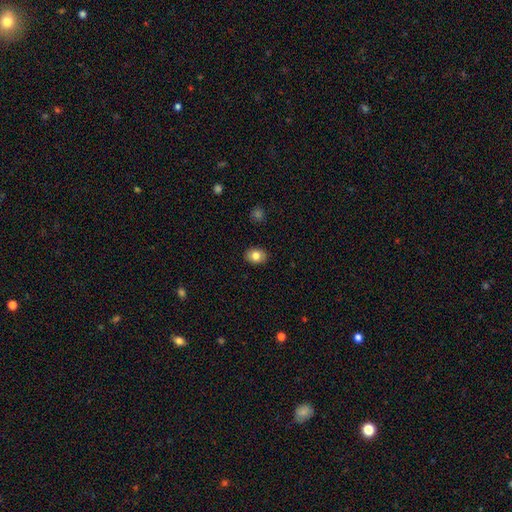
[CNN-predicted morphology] Smooth or featured? smooth (81%)
How rounded? in between (60%)
Merging? none (89%)